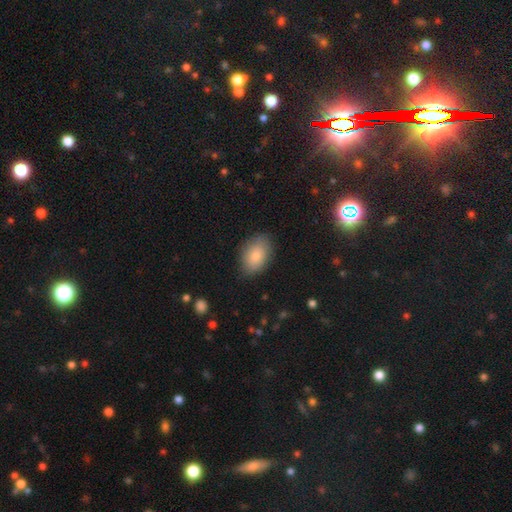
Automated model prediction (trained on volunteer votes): Smooth or featured: smooth — 83% (featured or disk — 10%)
How rounded: in between — 87% (round — 11%)
Merging: none — 81% (minor disturbance — 14%)